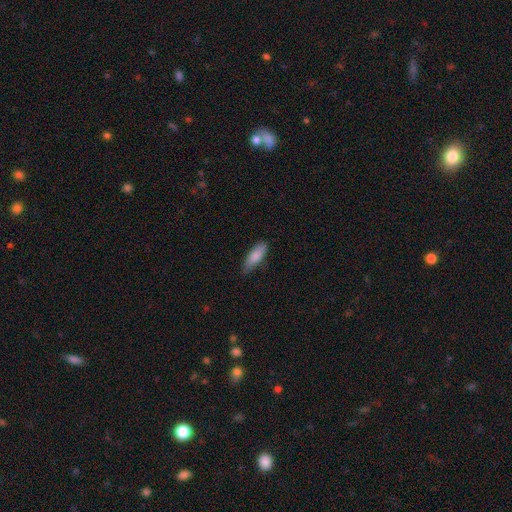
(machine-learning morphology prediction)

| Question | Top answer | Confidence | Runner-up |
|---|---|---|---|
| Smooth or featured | smooth | 85% | featured or disk (9%) |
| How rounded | in between | 62% | cigar-shaped (36%) |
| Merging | none | 75% | minor disturbance (21%) |